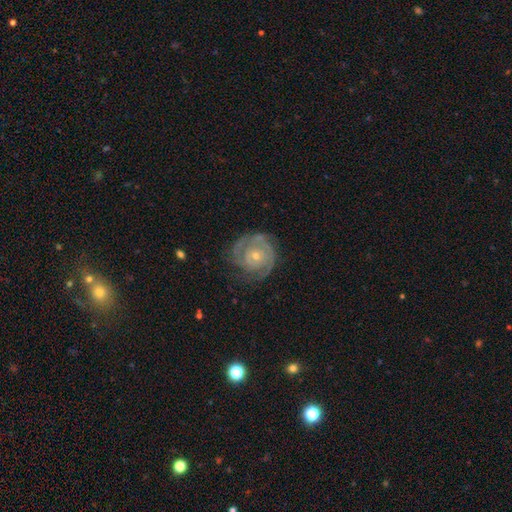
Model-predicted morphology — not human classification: This appears to be a featured or disk galaxy (84%) with no bar (79%), 2 (46%) tight (71%) spiral arms (94%) and a small central bulge (65%). Merging: none (73%).